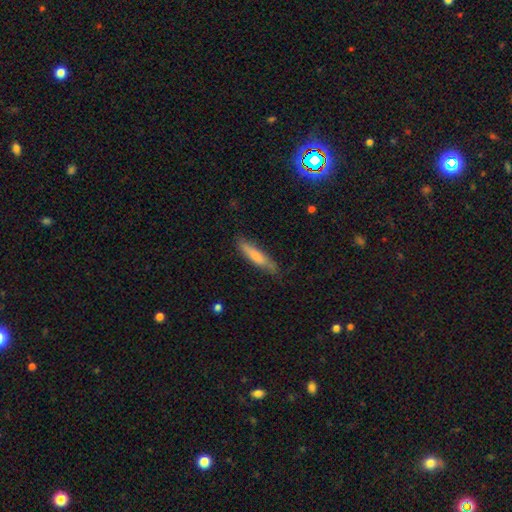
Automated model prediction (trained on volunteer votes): Smooth or featured: smooth — 74% (featured or disk — 20%)
How rounded: cigar-shaped — 85% (in between — 14%)
Merging: none — 78% (minor disturbance — 18%)